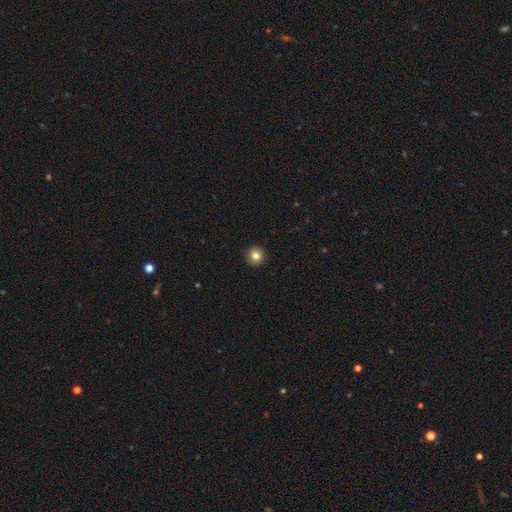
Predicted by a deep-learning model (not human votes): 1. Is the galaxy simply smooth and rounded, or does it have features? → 83% smooth, 10% star or artifact, 7% featured or disk.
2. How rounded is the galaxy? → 94% round, 5% in between, 1% cigar-shaped.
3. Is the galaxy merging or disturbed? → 93% none, 5% minor disturbance, 1% major disturbance, 1% merger.